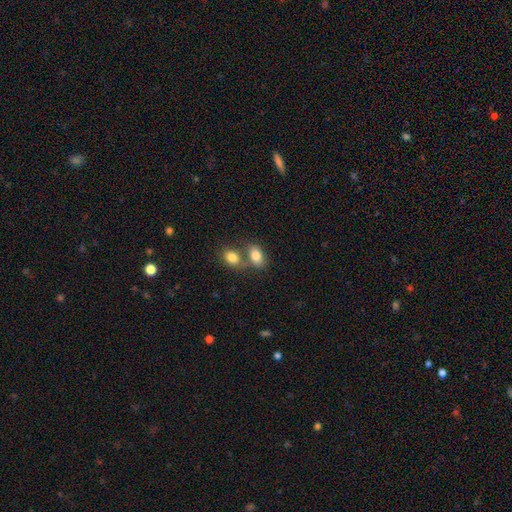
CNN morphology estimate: Smooth or featured?
  - smooth: 82% *
  - featured or disk: 9%
  - star or artifact: 9%
How rounded?
  - in between: 83% *
  - round: 15%
  - cigar-shaped: 2%
Merging?
  - merger: 46% *
  - none: 41%
  - minor disturbance: 10%
  - major disturbance: 4%